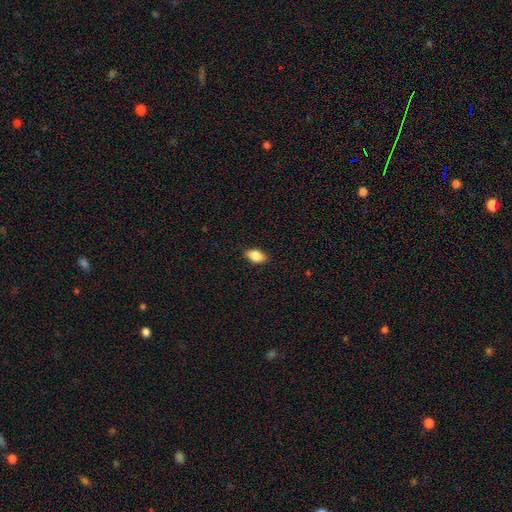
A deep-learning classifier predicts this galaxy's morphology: A smooth galaxy with no disk features (86%) that is in between round and cigar-shaped (90%). Merging: none (87%).